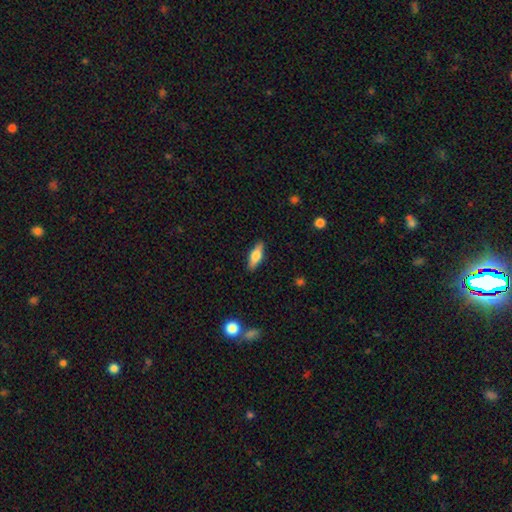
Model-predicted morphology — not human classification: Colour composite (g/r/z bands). It shows a smooth galaxy with no disk features (63%) that is in between round and cigar-shaped (58%). Merging: none (88%).